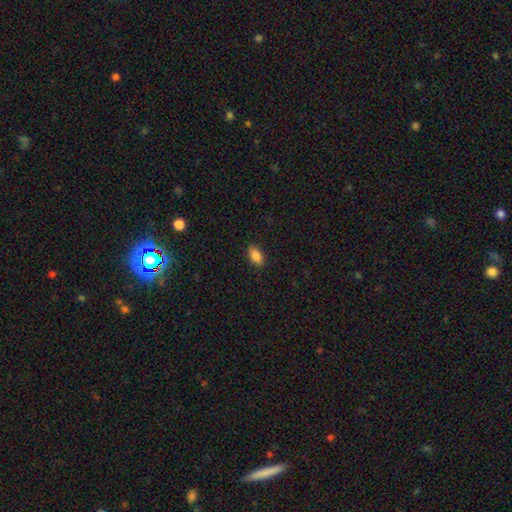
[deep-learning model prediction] Morphology: type=smooth (85%); roundness=in between (90%); merging=none (89%).